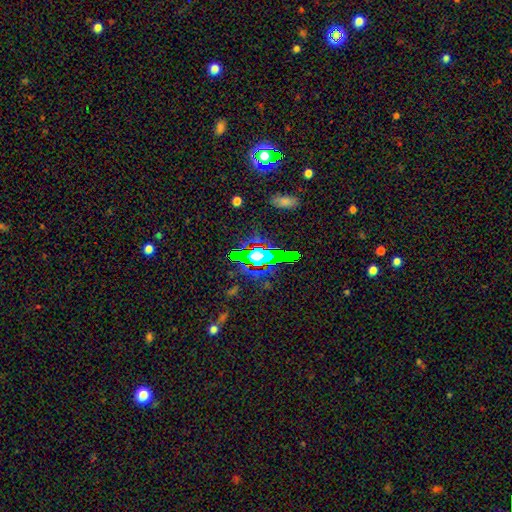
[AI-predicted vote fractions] star or artifact 57%, smooth 26%, featured or disk 17%.